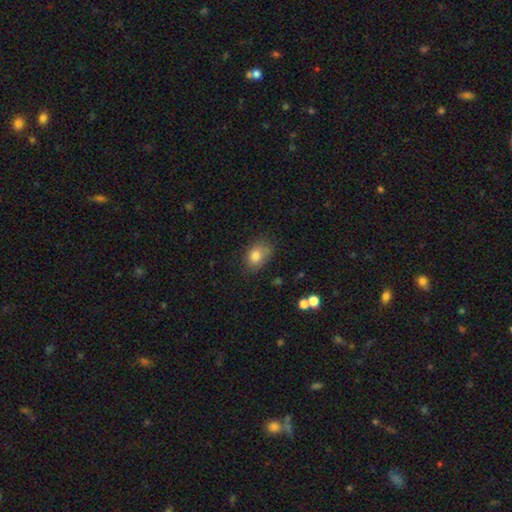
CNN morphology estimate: This appears to be a smooth galaxy with no disk features (82%) that is in between round and cigar-shaped (72%). Merging: none (65%).